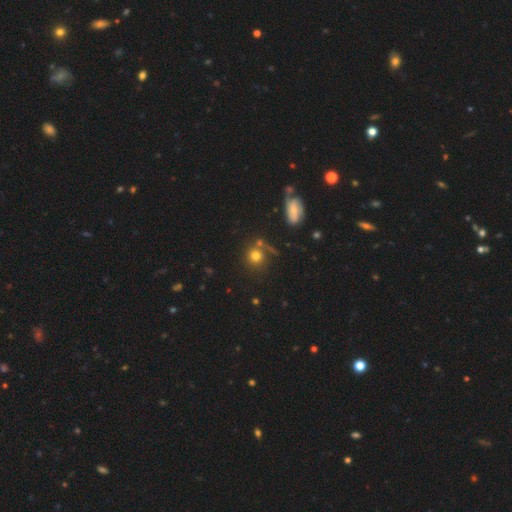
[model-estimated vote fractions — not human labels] A smooth galaxy with no disk features (74%) that is round (88%).

Vote fractions:
- Smooth or featured? smooth: 74% / star or artifact: 15% / featured or disk: 11%
- How rounded? round: 88% / in between: 11% / cigar-shaped: 1%
- Merging? none: 66% / merger: 16% / minor disturbance: 12% / major disturbance: 6%